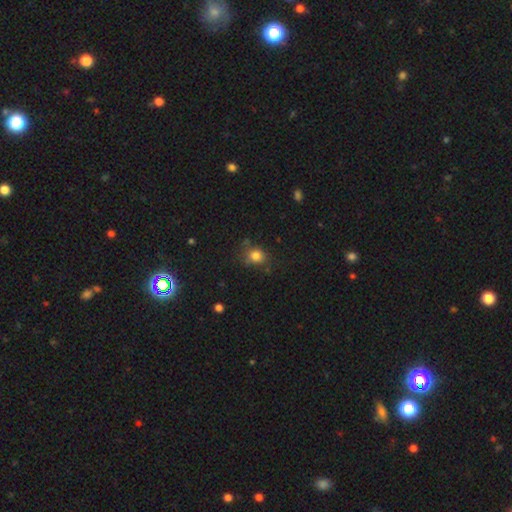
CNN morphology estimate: smooth-or-featured: smooth: 80% | star or artifact: 13% | featured or disk: 7%
  how-rounded: round: 72% | in between: 27% | cigar-shaped: 1%
  merging: none: 70% | minor disturbance: 20% | major disturbance: 6% | merger: 4%